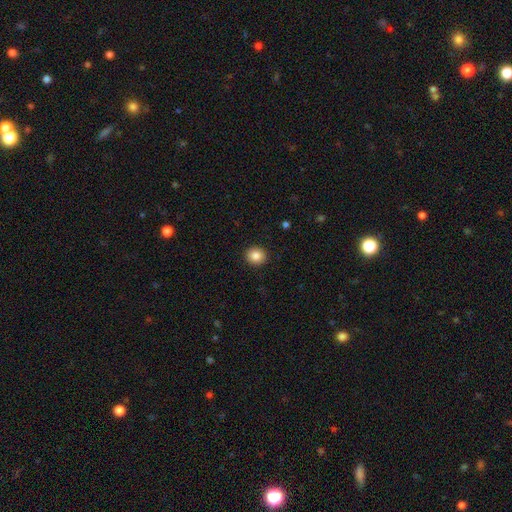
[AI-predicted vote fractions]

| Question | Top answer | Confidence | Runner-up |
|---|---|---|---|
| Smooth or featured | smooth | 85% | star or artifact (9%) |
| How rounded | round | 84% | in between (15%) |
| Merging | none | 92% | minor disturbance (5%) |